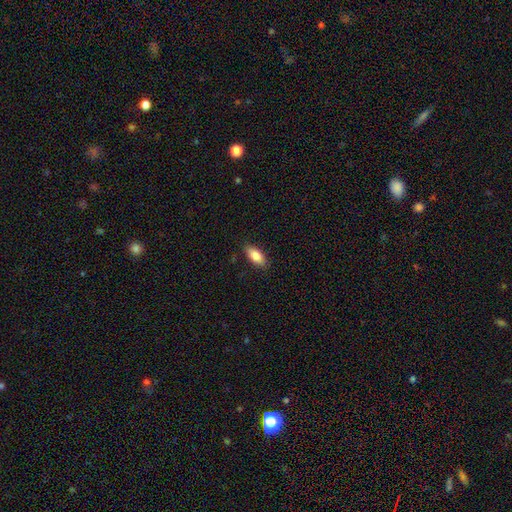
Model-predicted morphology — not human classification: Smooth or featured? Predicted: smooth (p=0.82). How rounded? Predicted: in between (p=0.84). Merging? Predicted: none (p=0.86).